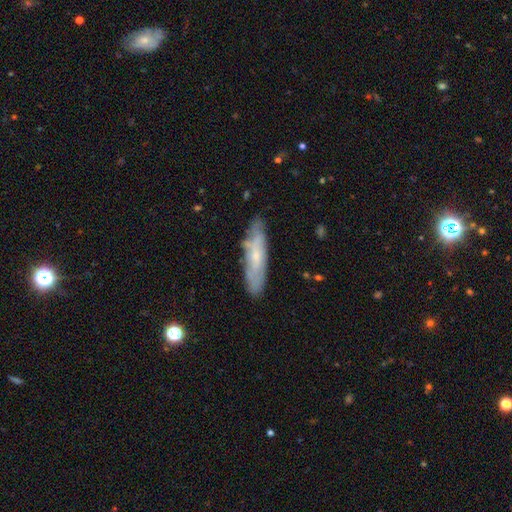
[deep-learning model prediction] Q: Smooth or featured?
A: featured or disk (49%); runner-up: smooth (44%)
Q: Merging?
A: none (79%); runner-up: minor disturbance (15%)